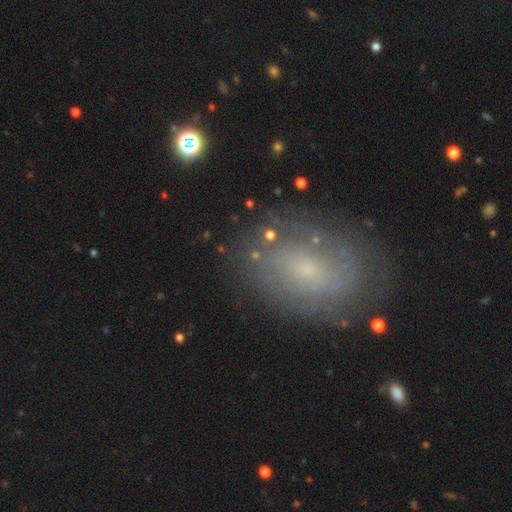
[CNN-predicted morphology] A featured or disk galaxy (41%, tied with smooth). Merging: none (76%).